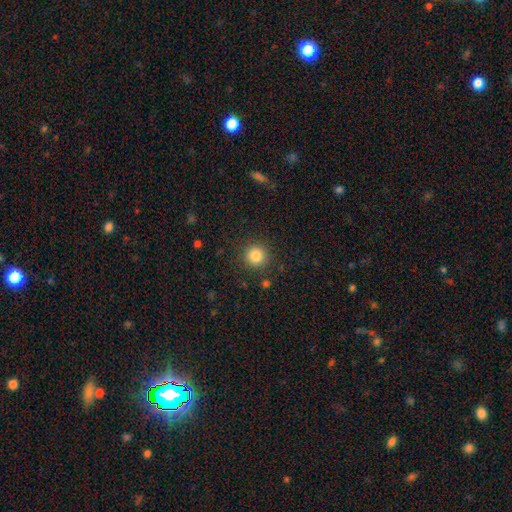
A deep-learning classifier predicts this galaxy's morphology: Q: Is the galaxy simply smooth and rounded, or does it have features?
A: smooth — 84%.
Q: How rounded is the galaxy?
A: round — 94%.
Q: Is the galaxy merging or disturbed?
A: none — 90%.